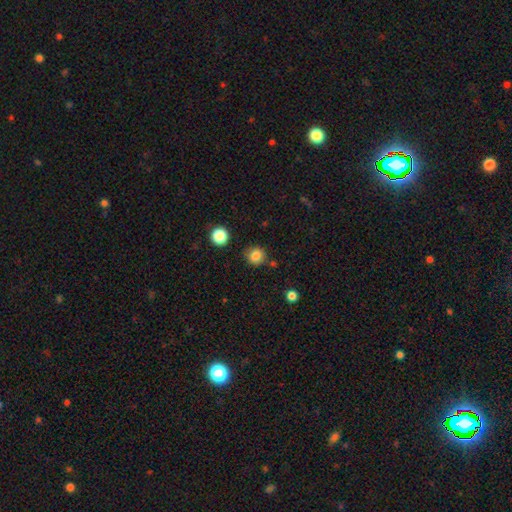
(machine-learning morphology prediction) Overall: smooth (83%). How rounded: round (90%). Merging: none (82%).